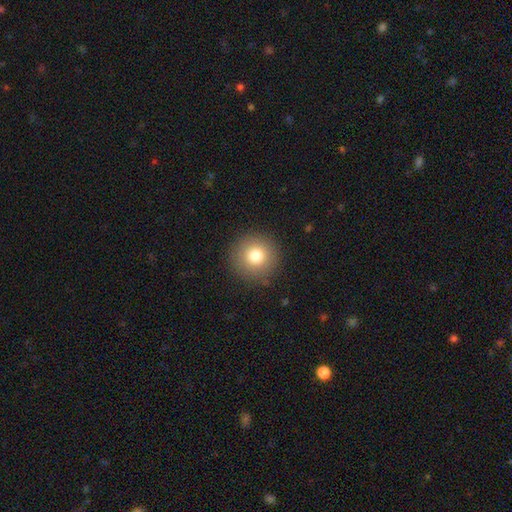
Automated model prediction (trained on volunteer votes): A smooth galaxy with no disk features (79%) that is round (95%). Merging: none (90%).